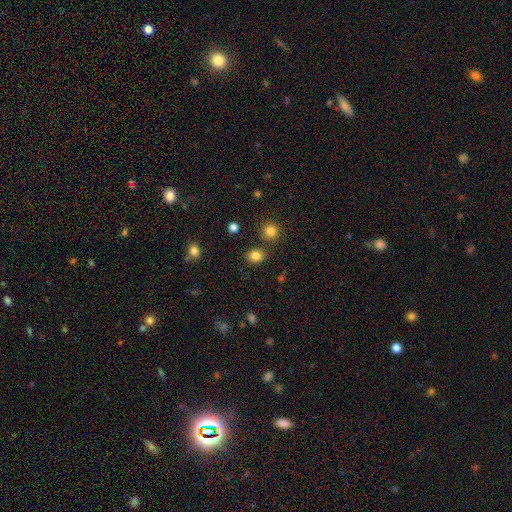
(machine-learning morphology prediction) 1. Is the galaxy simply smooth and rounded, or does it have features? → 82% smooth, 13% star or artifact, 5% featured or disk.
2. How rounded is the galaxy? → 71% round, 28% in between, 1% cigar-shaped.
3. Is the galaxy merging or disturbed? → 80% none, 9% minor disturbance, 8% merger, 3% major disturbance.